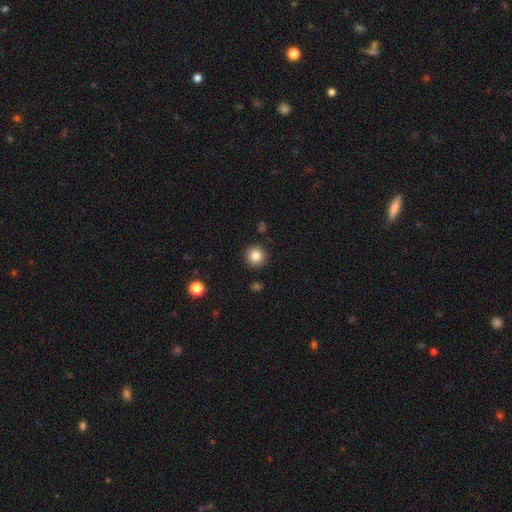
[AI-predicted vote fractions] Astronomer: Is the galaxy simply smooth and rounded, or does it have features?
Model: smooth — 83%.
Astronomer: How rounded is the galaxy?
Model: round — 95%.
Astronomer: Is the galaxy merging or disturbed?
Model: none — 91%.